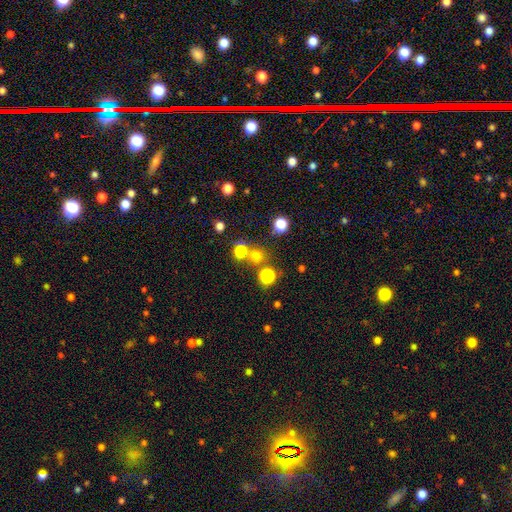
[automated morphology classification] Smooth or featured: smooth — 68% (star or artifact — 24%)
How rounded: round — 87% (in between — 12%)
Merging: none — 64% (merger — 24%)